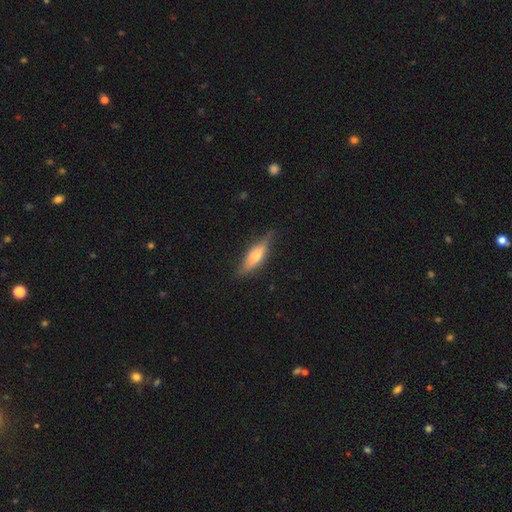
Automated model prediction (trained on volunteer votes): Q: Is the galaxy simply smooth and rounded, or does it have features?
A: smooth — 52%.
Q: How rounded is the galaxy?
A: cigar-shaped — 56%.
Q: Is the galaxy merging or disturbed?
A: none — 77%.